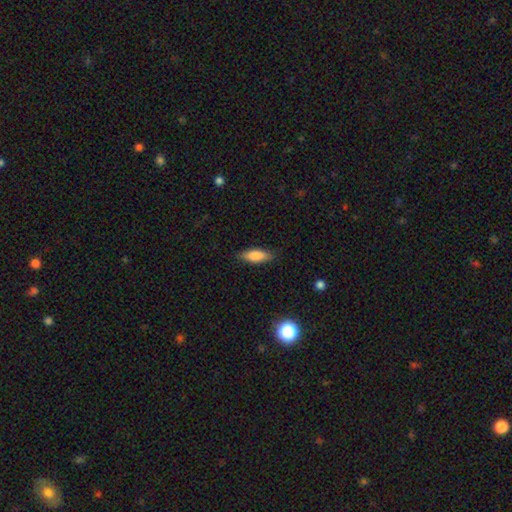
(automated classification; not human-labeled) A smooth galaxy with no disk features (78%) that is in between round and cigar-shaped (63%).

Vote fractions:
- Smooth or featured? smooth: 78% / featured or disk: 14% / star or artifact: 7%
- How rounded? in between: 63% / cigar-shaped: 35% / round: 2%
- Merging? none: 84% / minor disturbance: 12% / major disturbance: 3% / merger: 1%